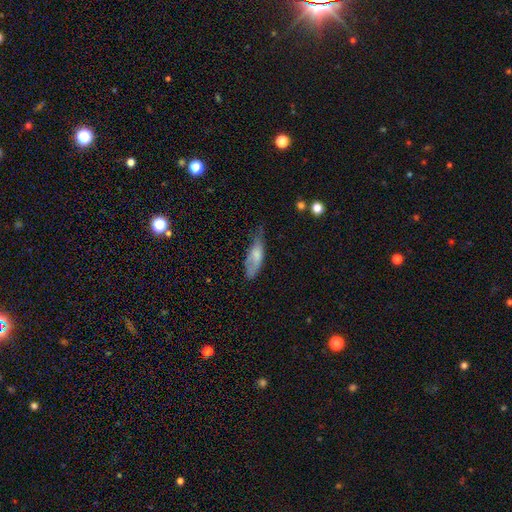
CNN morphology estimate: type=smooth (70%); roundness=in between (57%); merging=minor disturbance (42%).